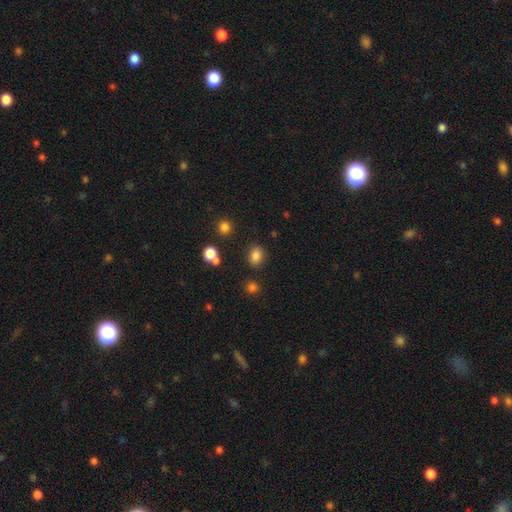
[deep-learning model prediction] A smooth galaxy with no disk features (83%) that is in between round and cigar-shaped (58%).

Vote fractions:
- Smooth or featured? smooth: 83% / star or artifact: 12% / featured or disk: 5%
- How rounded? in between: 58% / round: 41% / cigar-shaped: 1%
- Merging? none: 82% / minor disturbance: 10% / merger: 4% / major disturbance: 3%